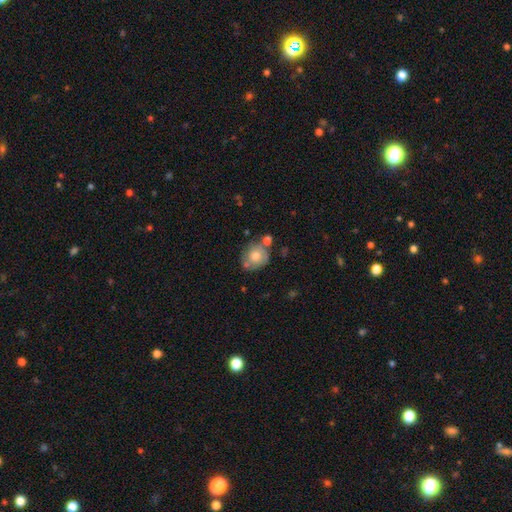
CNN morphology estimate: A smooth galaxy with no disk features (67%) that is round (73%). Merging: none (54%).